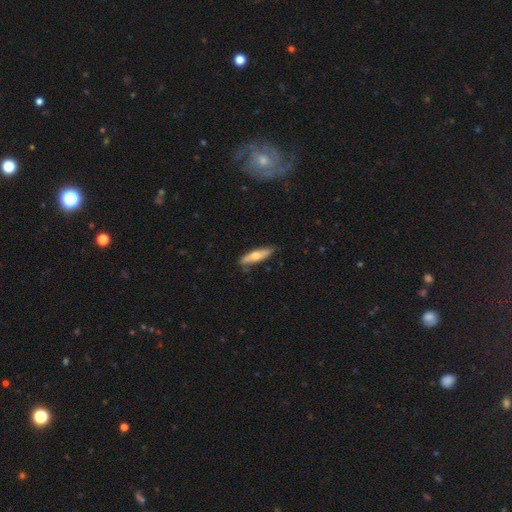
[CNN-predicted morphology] The model was most divided on "smooth or featured": smooth: 59%, featured or disk: 36%, star or artifact: 6%. More confident: merging — none (81%); how rounded — cigar-shaped (66%).